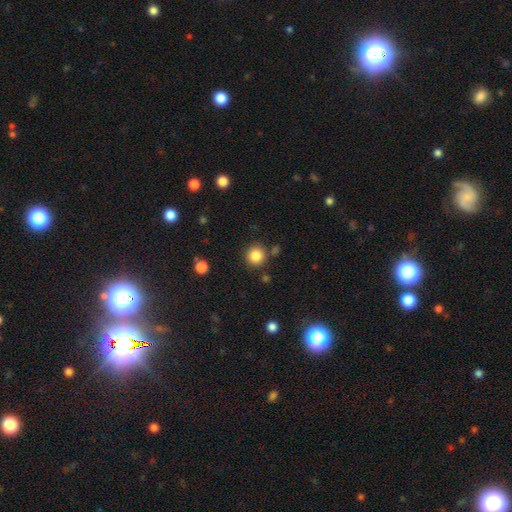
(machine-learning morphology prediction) This appears to be a smooth galaxy with no disk features (85%) that is round (92%). Merging: none (85%).